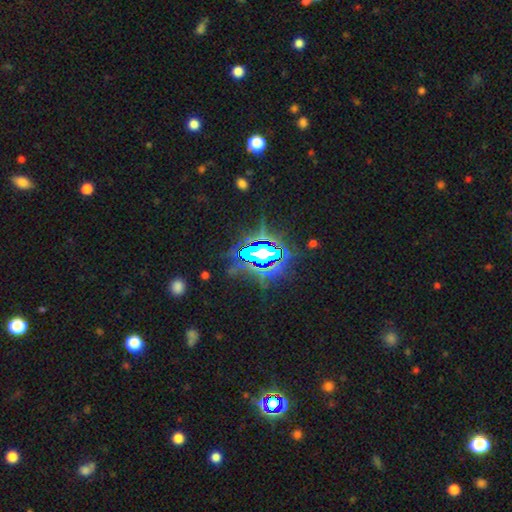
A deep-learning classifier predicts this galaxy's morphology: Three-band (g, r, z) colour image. It shows a star or artifact, not a galaxy (82%).